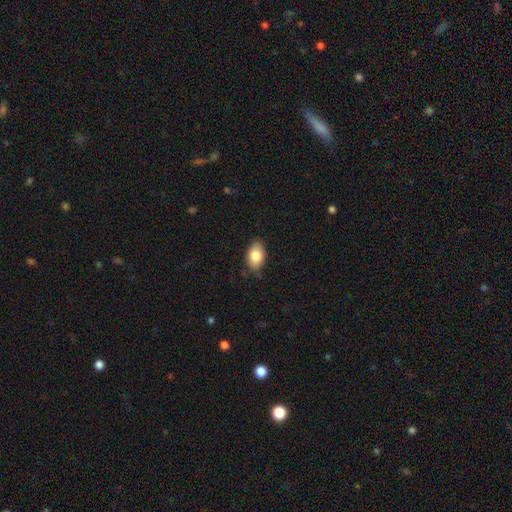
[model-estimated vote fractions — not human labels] Q: Smooth or featured?
A: smooth (82%); runner-up: featured or disk (11%)
Q: How rounded?
A: in between (89%); runner-up: round (10%)
Q: Merging?
A: none (79%); runner-up: minor disturbance (17%)